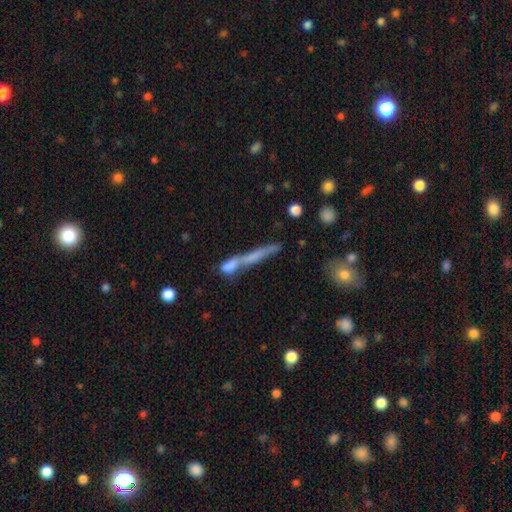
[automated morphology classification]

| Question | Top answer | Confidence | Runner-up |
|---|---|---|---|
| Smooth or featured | smooth | 52% | featured or disk (38%) |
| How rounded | cigar-shaped | 85% | in between (10%) |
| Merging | merger | 49% | none (34%) |